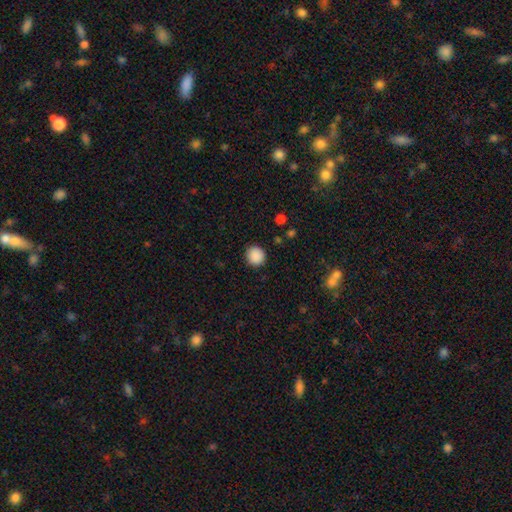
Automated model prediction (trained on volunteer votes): Smooth or featured? Predicted: smooth (p=0.88). How rounded? Predicted: round (p=0.90). Merging? Predicted: none (p=0.89).